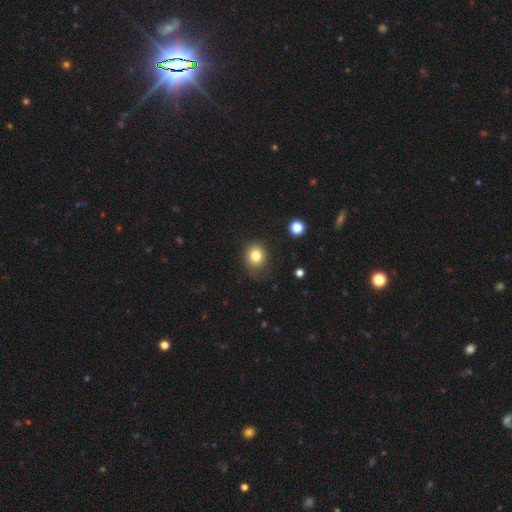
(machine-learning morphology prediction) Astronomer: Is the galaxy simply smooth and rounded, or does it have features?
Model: smooth — 81%.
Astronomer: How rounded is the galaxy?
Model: round — 69%.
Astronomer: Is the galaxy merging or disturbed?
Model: none — 71%.